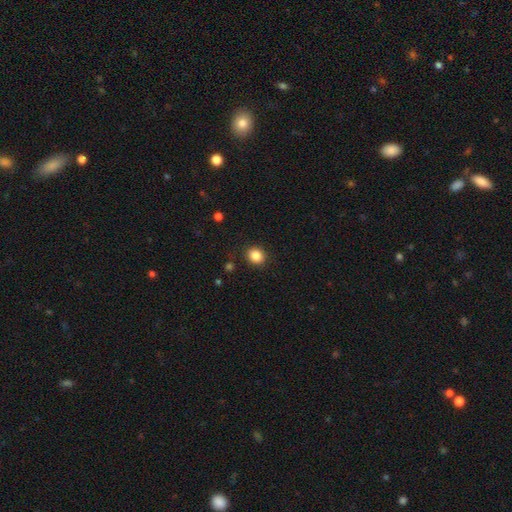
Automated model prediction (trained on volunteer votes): Overall: smooth (85%). How rounded: round (73%). Merging: none (89%).